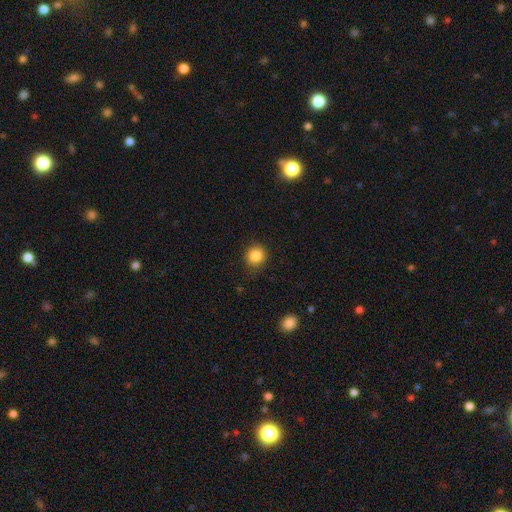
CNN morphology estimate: type=smooth (85%); roundness=round (87%); merging=none (85%).